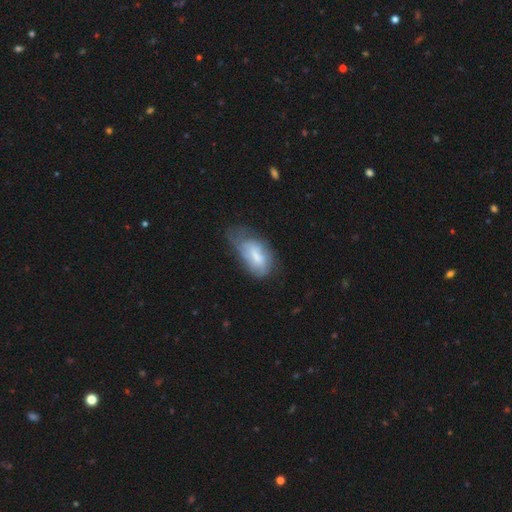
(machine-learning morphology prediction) This is possibly a smooth galaxy (59%). How rounded: clearly in between (91%). Merging: marginally minor disturbance (39%).